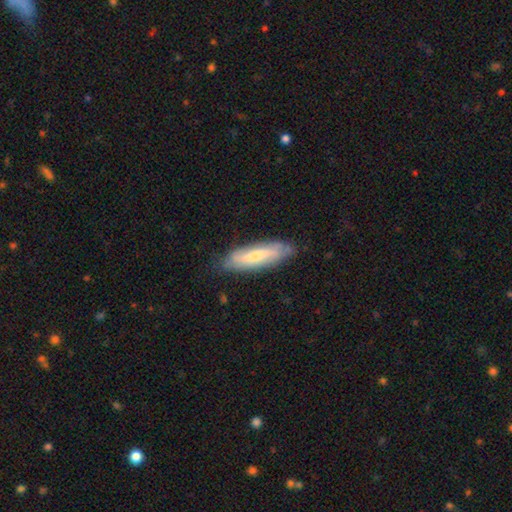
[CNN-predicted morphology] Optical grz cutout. It shows a smooth galaxy with no disk features (52%) that is cigar-shaped (59%). Merging: none (76%).